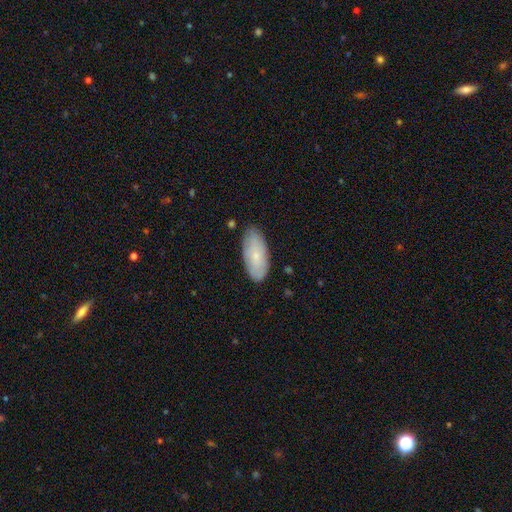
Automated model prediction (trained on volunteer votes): Morphology: type=smooth (63%); roundness=in between (86%); merging=none (82%).